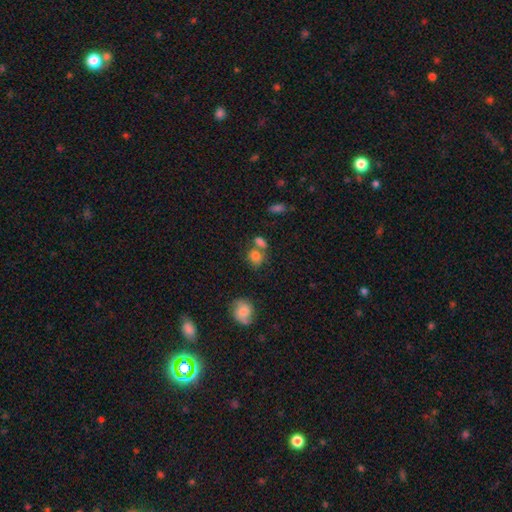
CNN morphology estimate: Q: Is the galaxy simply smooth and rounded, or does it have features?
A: smooth — 78%.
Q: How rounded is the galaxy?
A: round — 52%.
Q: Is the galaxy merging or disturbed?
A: none — 45%.